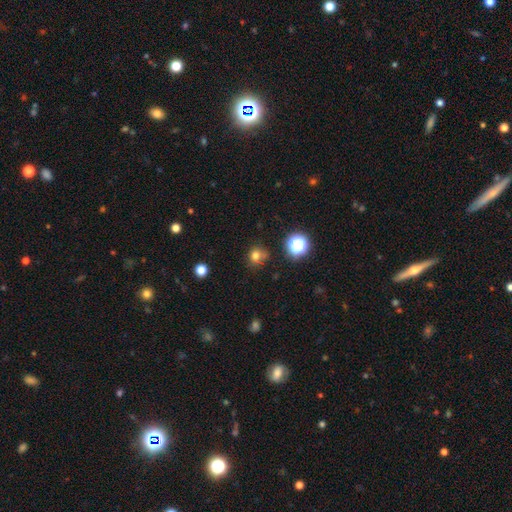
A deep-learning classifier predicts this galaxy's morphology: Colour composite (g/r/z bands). It shows a smooth galaxy with no disk features (75%) that is round (83%). Merging: none (67%).